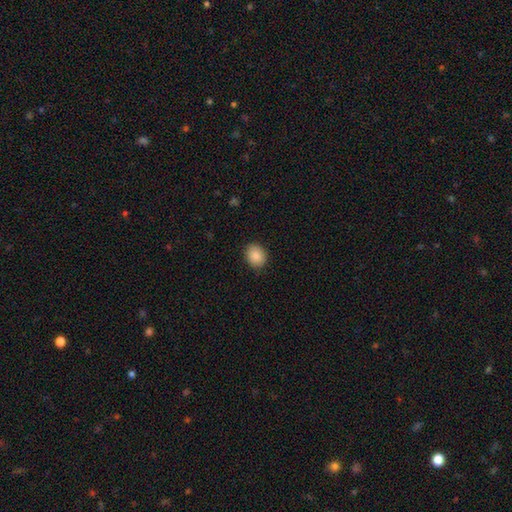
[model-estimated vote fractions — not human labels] Smooth or featured? smooth (88%)
How rounded? round (61%)
Merging? none (89%)